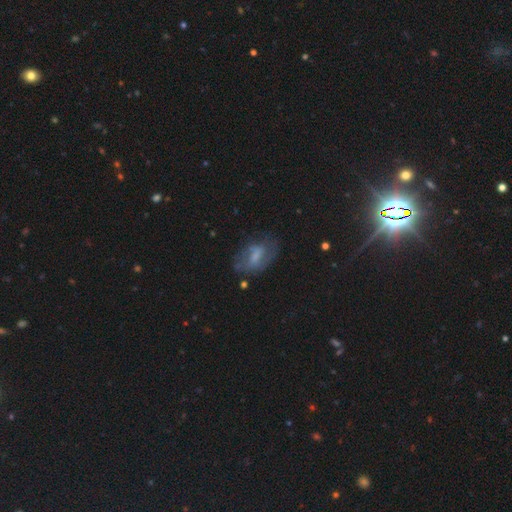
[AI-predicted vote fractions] A featured or disk galaxy (54%) with a weak bar (47%), spiral arms (68%) and a moderate central bulge (32%). Merging: none (55%).